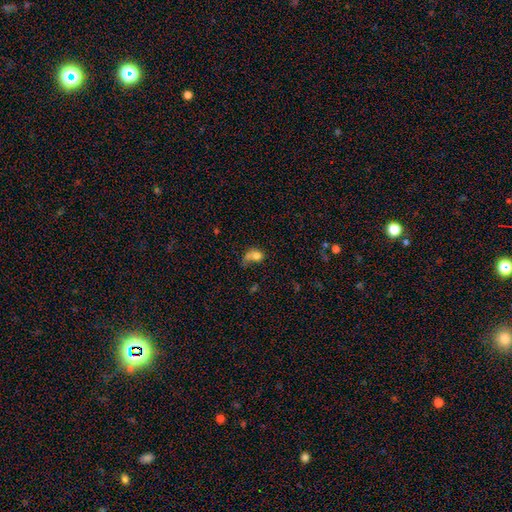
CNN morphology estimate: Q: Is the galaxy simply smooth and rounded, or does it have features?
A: smooth — 73%.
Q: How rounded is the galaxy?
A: round — 52%.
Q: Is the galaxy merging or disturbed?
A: major disturbance — 29%.